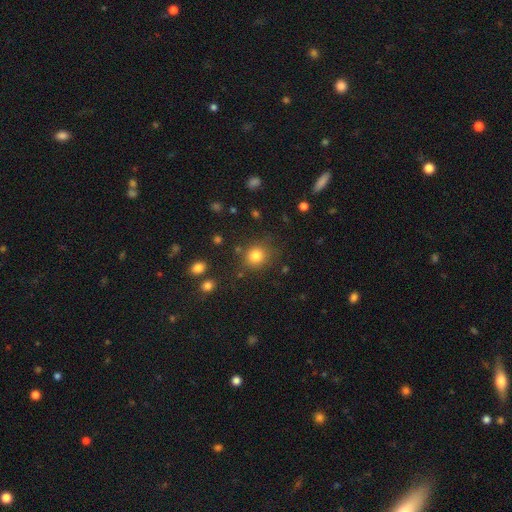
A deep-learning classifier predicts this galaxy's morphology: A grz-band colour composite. It shows a smooth galaxy with no disk features (81%) that is round (85%). Merging: none (80%).